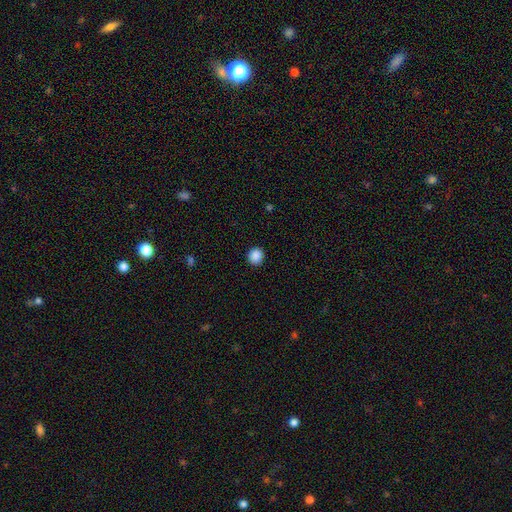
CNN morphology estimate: A smooth galaxy with no disk features (88%) that is round (90%).

Vote fractions:
- Smooth or featured? smooth: 88% / star or artifact: 9% / featured or disk: 2%
- How rounded? round: 90% / in between: 9% / cigar-shaped: 1%
- Merging? none: 92% / minor disturbance: 5% / major disturbance: 2% / merger: 1%